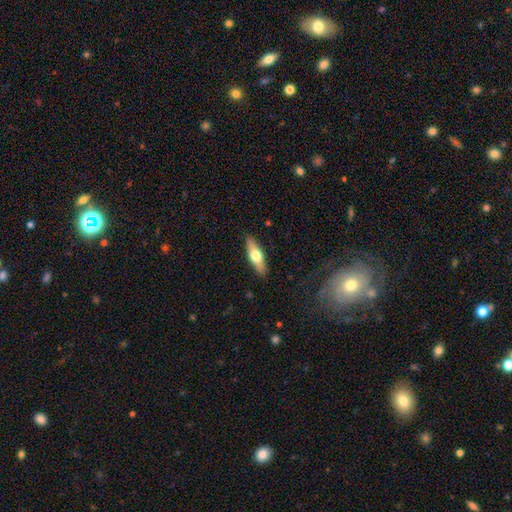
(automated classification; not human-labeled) A smooth galaxy with no disk features (55%) that is cigar-shaped (49%, tied with in between). Merging: none (89%).